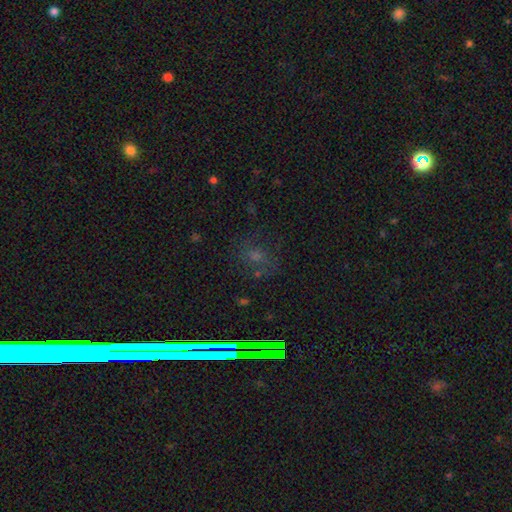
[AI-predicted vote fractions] star or artifact 47%, smooth 35%, featured or disk 18%.